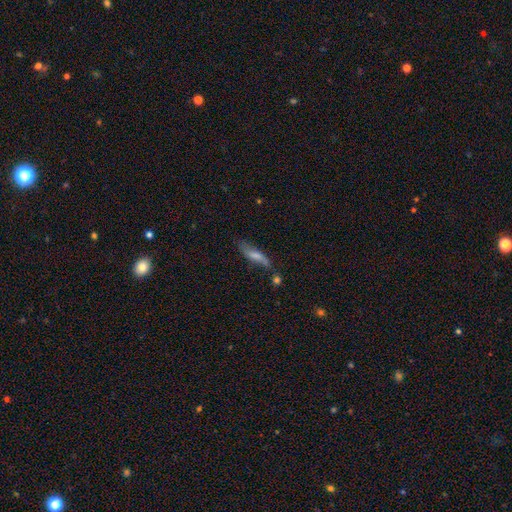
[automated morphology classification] Smooth or featured? smooth (63%)
How rounded? cigar-shaped (59%)
Merging? none (52%)